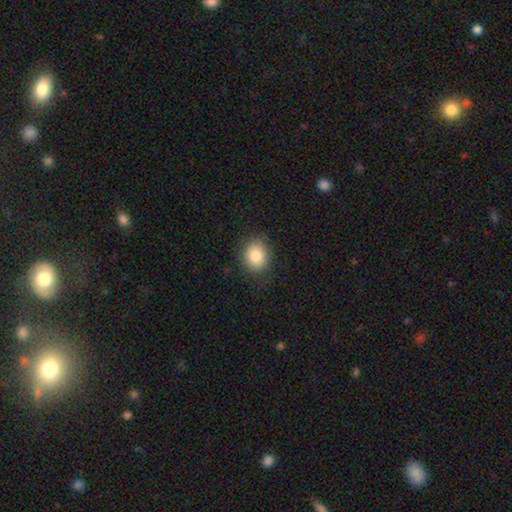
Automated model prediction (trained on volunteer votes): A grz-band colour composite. It shows a smooth galaxy with no disk features (85%) that is round (53%). Merging: none (82%).